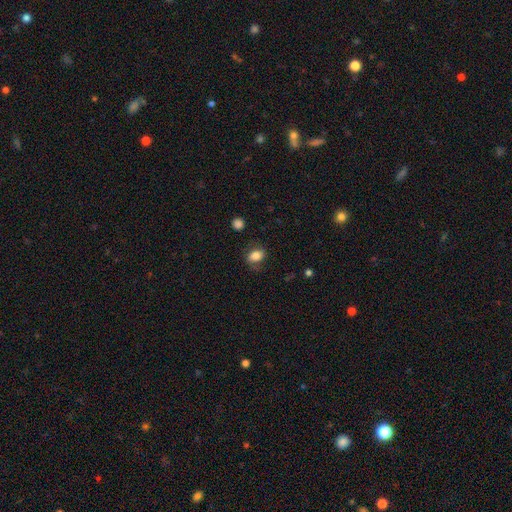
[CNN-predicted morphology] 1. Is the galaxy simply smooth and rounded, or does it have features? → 74% smooth, 17% featured or disk, 9% star or artifact.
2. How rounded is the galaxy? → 70% in between, 28% round, 1% cigar-shaped.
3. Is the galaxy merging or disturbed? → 69% none, 20% minor disturbance, 9% major disturbance, 2% merger.